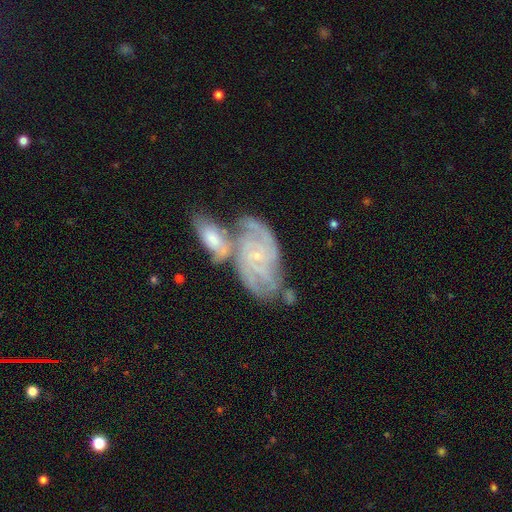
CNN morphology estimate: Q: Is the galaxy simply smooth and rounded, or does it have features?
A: featured or disk — 86%.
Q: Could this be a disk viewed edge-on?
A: no — 96%.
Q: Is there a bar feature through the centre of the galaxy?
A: no — 64%.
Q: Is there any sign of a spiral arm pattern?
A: yes — 95%.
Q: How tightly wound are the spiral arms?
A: tight — 63%.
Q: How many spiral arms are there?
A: can't tell — 31%.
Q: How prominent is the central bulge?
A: small — 82%.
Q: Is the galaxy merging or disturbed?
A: merger — 44%.